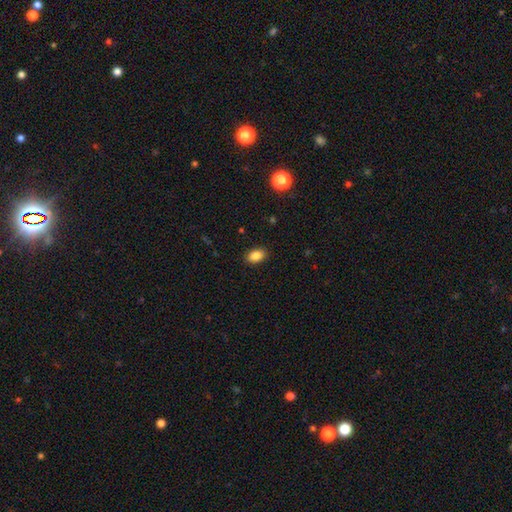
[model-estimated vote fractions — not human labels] Morphology: type=smooth (86%); roundness=in between (87%); merging=none (89%).